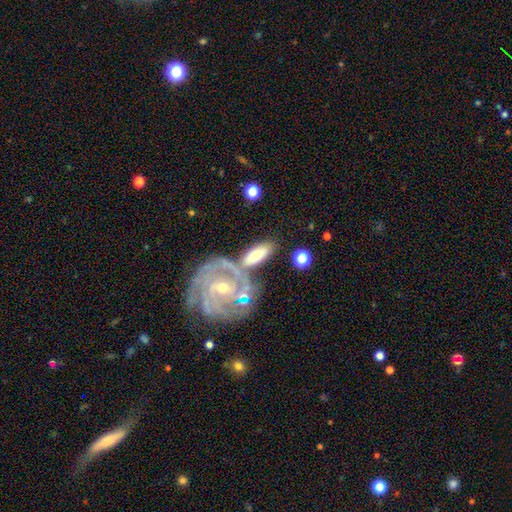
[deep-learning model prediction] Smooth or featured: smooth — 52% (featured or disk — 42%)
How rounded: in between — 78% (cigar-shaped — 17%)
Merging: none — 52% (merger — 23%)